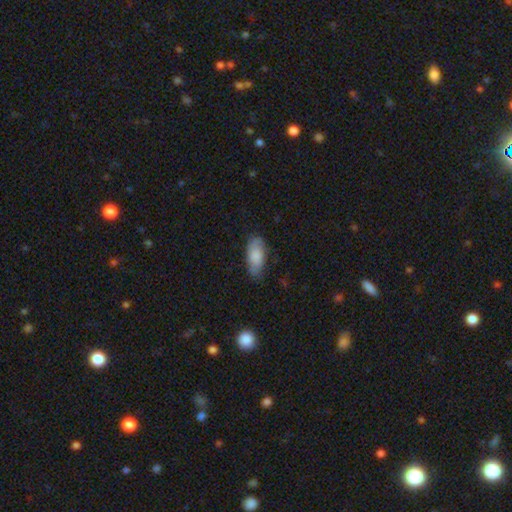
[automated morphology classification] Smooth or featured: smooth — 80% (featured or disk — 14%)
How rounded: in between — 85% (cigar-shaped — 13%)
Merging: none — 71% (minor disturbance — 23%)